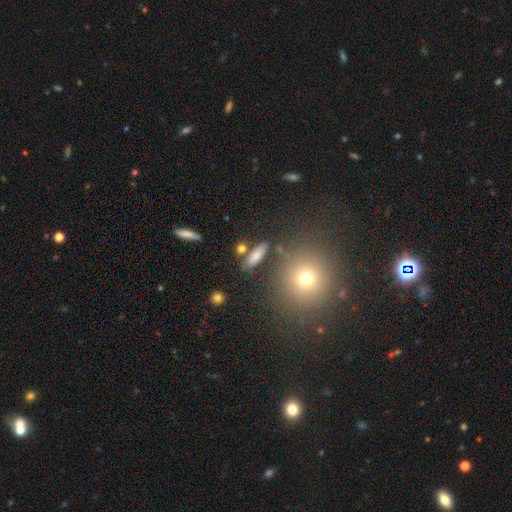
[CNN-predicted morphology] The model was most divided on "how rounded" (2-way tie): in between: 47%, cigar-shaped: 47%, round: 6%. More confident: merging — none (76%); smooth or featured — smooth (76%).